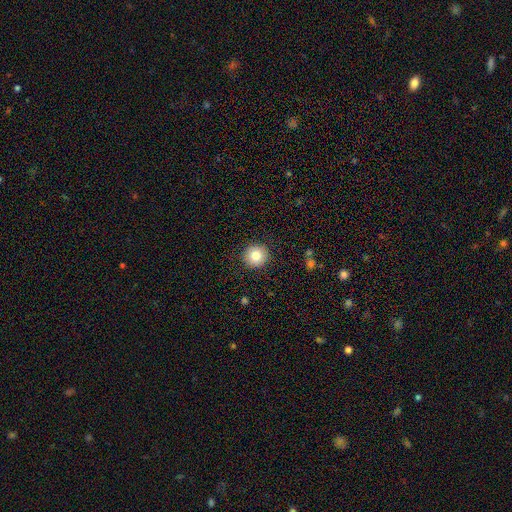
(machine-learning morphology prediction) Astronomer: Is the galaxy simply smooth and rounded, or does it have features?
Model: smooth — 83%.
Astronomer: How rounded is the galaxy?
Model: round — 93%.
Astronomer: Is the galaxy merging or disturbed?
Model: none — 91%.